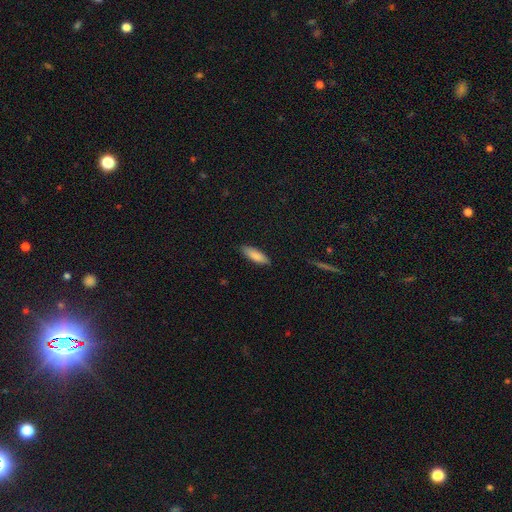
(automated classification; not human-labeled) Overall: smooth (85%). How rounded: in between (52%; cigar-shaped 47%). Merging: none (87%).